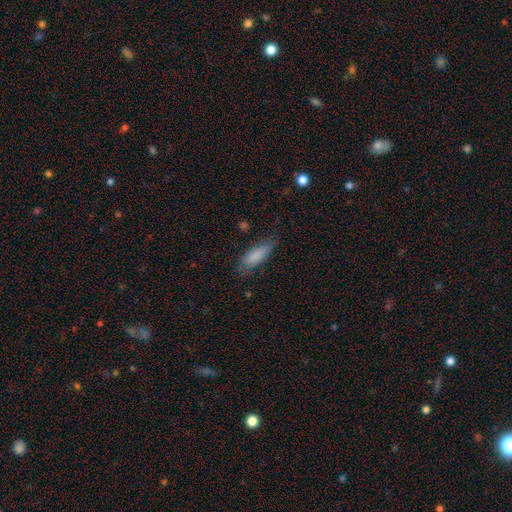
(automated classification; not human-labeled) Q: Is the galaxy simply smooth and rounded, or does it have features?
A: smooth — 83%.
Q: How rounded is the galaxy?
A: in between — 58%.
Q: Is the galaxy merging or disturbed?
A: none — 69%.